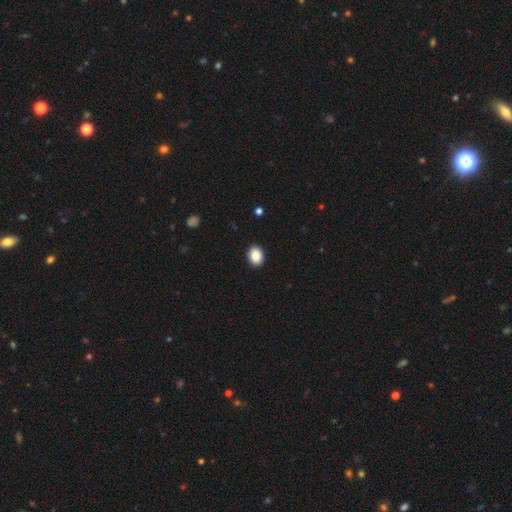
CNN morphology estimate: This appears to be a smooth galaxy with no disk features (89%) that is in between round and cigar-shaped (68%). Merging: none (90%).